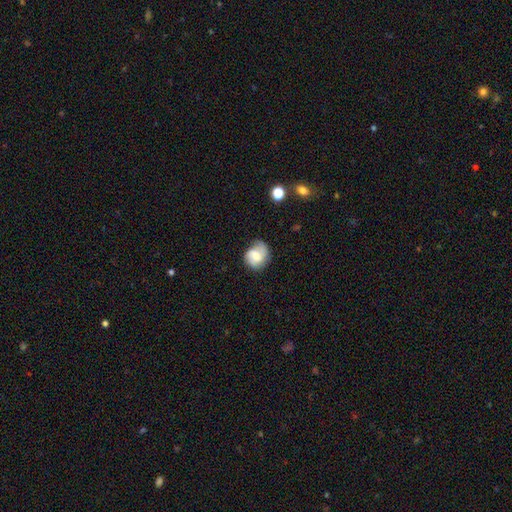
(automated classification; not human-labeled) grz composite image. It shows a smooth galaxy with no disk features (46%, tied with featured or disk). Merging: none (57%).